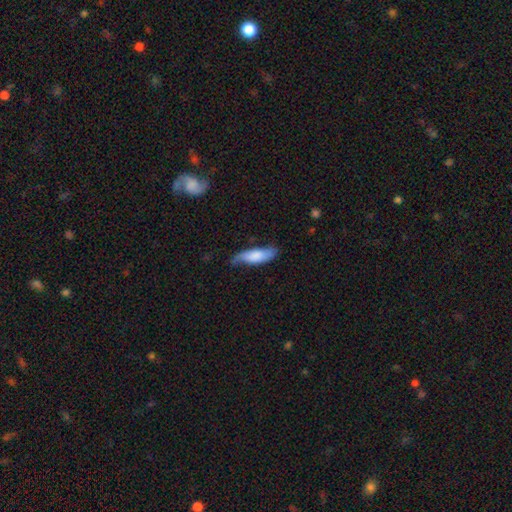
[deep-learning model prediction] A smooth galaxy with no disk features (68%) that is in between round and cigar-shaped (53%).

Vote fractions:
- Smooth or featured? smooth: 68% / featured or disk: 26% / star or artifact: 6%
- How rounded? in between: 53% / cigar-shaped: 45% / round: 2%
- Merging? none: 55% / minor disturbance: 34% / major disturbance: 9% / merger: 2%